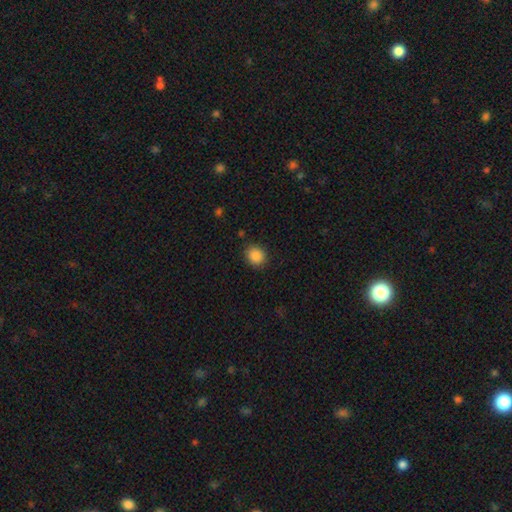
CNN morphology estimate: Smooth or featured: smooth — 87% (star or artifact — 9%)
How rounded: round — 75% (in between — 24%)
Merging: none — 88% (minor disturbance — 8%)